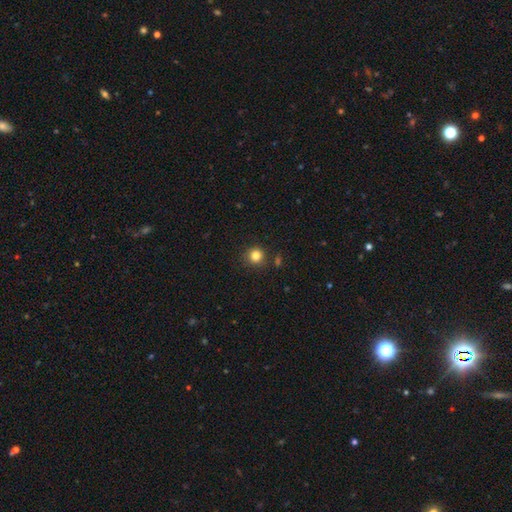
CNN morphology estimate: Q: Smooth or featured?
A: smooth (83%); runner-up: star or artifact (12%)
Q: How rounded?
A: round (92%); runner-up: in between (7%)
Q: Merging?
A: none (86%); runner-up: minor disturbance (8%)